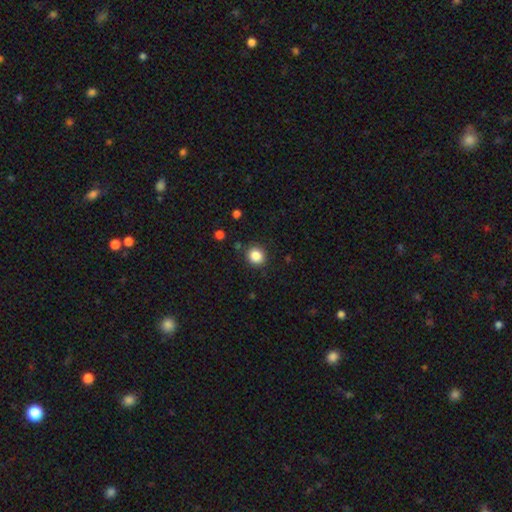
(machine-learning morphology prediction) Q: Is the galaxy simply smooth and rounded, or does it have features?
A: smooth — 85%.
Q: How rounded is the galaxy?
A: round — 84%.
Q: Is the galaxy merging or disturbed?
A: none — 87%.